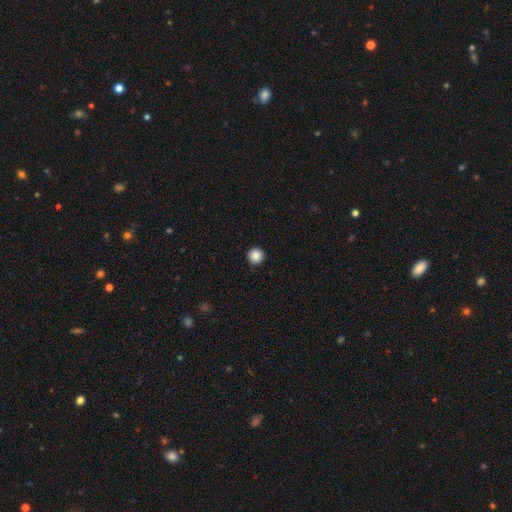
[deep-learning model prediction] Overall: smooth (87%). How rounded: round (97%). Merging: none (93%).